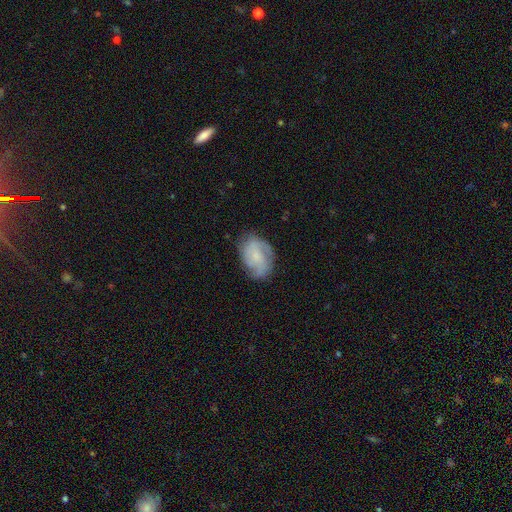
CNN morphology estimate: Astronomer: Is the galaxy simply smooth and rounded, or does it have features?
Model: featured or disk — 57% (runner-up: smooth, 35%).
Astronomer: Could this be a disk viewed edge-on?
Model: no — 97%.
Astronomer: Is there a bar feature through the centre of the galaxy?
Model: no — 65%.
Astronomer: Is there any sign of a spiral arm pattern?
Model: yes — 85%.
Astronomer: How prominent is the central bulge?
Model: small — 46% (runner-up: none, 25%).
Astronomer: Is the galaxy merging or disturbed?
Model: none — 69%.